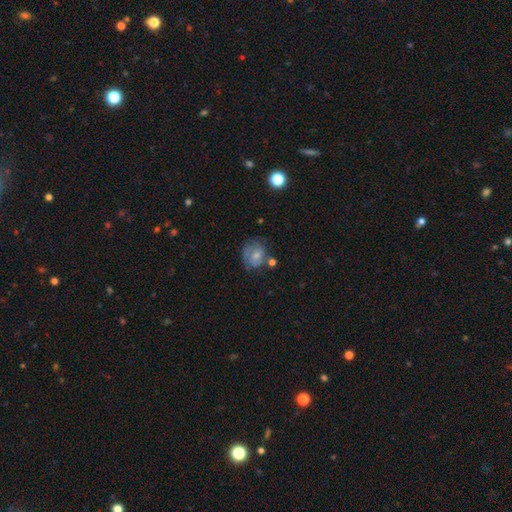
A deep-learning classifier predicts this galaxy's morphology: A smooth galaxy with no disk features (50%) that is round (68%). Merging: none (52%).